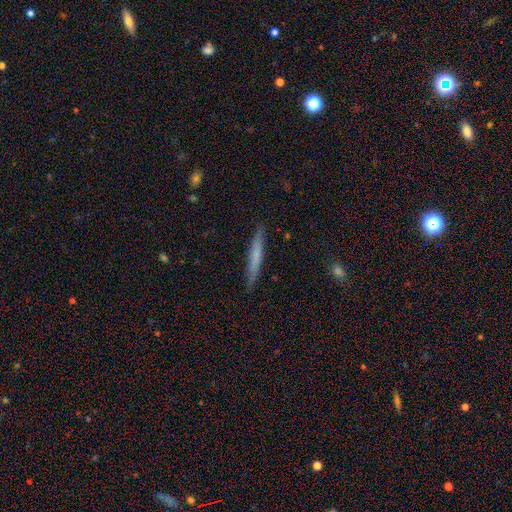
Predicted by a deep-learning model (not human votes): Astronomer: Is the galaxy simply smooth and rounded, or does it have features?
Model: smooth — 63%.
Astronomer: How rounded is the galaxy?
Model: cigar-shaped — 95%.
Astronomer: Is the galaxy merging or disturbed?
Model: none — 89%.